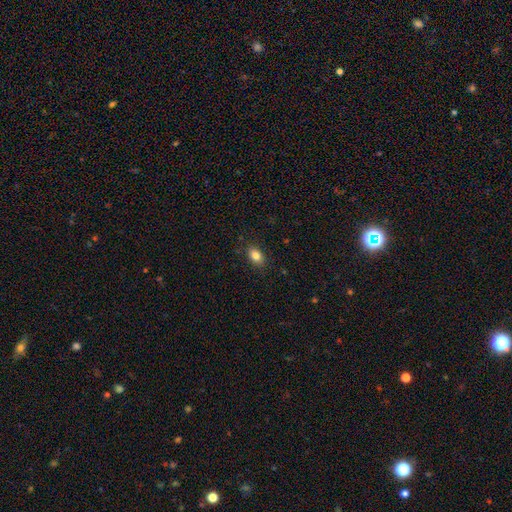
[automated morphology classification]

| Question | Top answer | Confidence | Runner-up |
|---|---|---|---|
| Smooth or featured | smooth | 84% | star or artifact (9%) |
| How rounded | in between | 84% | round (15%) |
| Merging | none | 86% | minor disturbance (10%) |